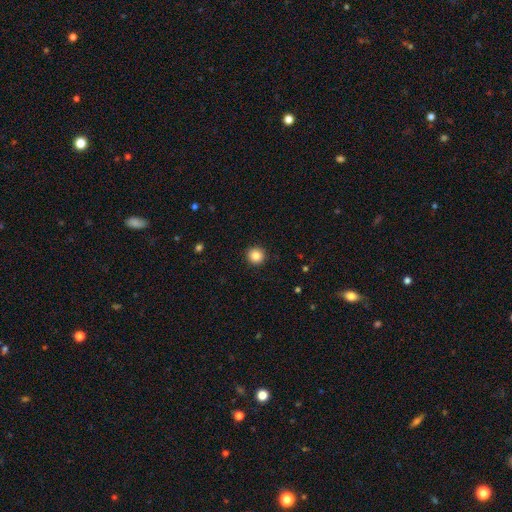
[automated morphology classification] Smooth or featured? Predicted: smooth (p=0.86). How rounded? Predicted: round (p=0.95). Merging? Predicted: none (p=0.93).